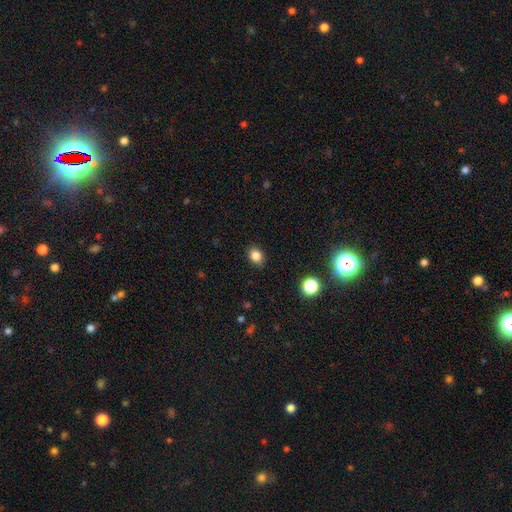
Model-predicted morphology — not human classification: A smooth galaxy with no disk features (83%) that is in between round and cigar-shaped (51%). Merging: none (89%).